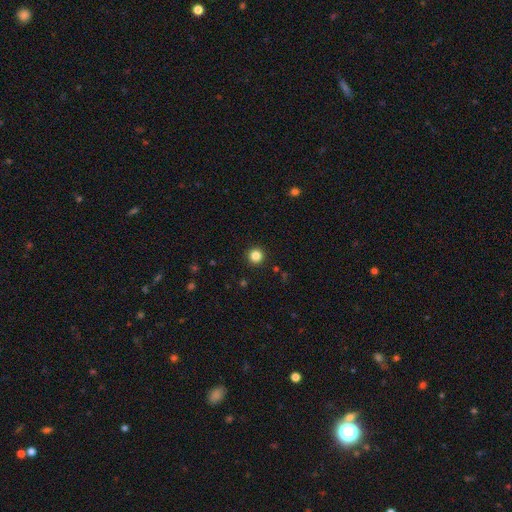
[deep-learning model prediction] Smooth or featured: smooth — 84% (star or artifact — 12%)
How rounded: round — 96% (in between — 3%)
Merging: none — 93% (minor disturbance — 4%)